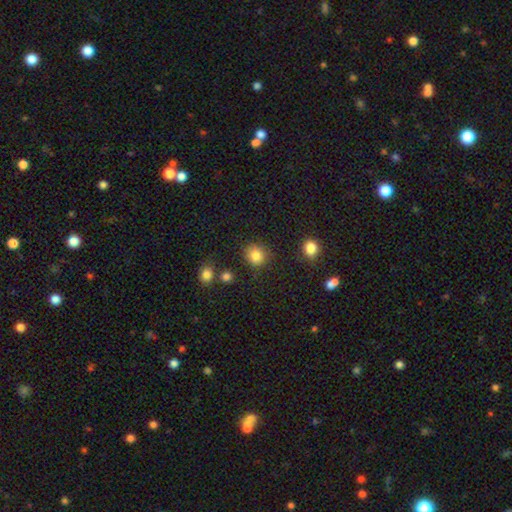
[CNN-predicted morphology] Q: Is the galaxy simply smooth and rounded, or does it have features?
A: smooth — 85%.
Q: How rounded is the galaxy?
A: round — 84%.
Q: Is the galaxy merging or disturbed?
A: none — 82%.